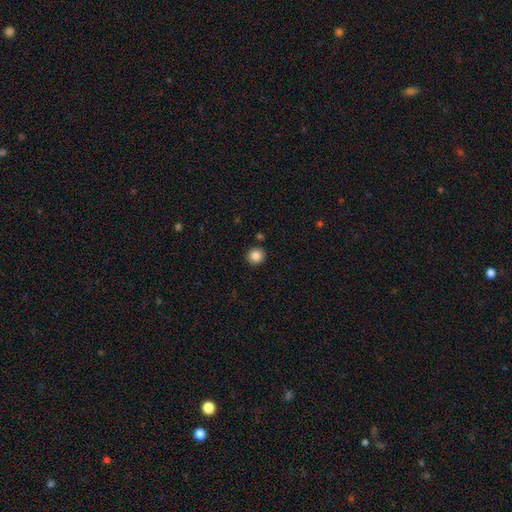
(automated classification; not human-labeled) This appears to be a smooth galaxy with no disk features (86%) that is round (95%). Merging: none (91%).